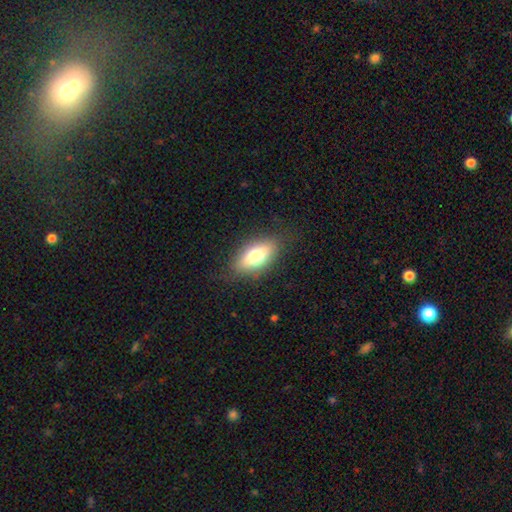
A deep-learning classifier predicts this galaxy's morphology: This appears to be a smooth galaxy with no disk features (72%) that is in between round and cigar-shaped (84%). Merging: none (81%).